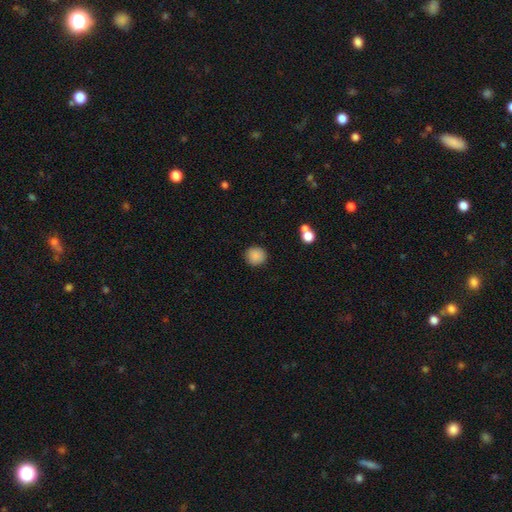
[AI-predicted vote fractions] A smooth galaxy with no disk features (88%) that is round (91%). Merging: none (88%).